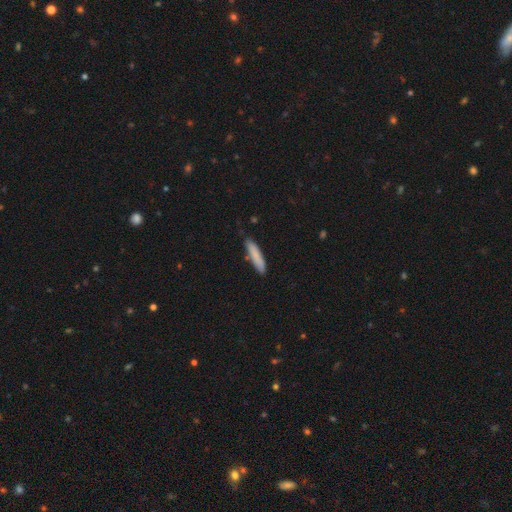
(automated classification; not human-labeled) A smooth galaxy with no disk features (83%) that is cigar-shaped (86%).

Vote fractions:
- Smooth or featured? smooth: 83% / featured or disk: 11% / star or artifact: 6%
- How rounded? cigar-shaped: 86% / in between: 13% / round: 1%
- Merging? none: 82% / minor disturbance: 14% / merger: 2% / major disturbance: 2%